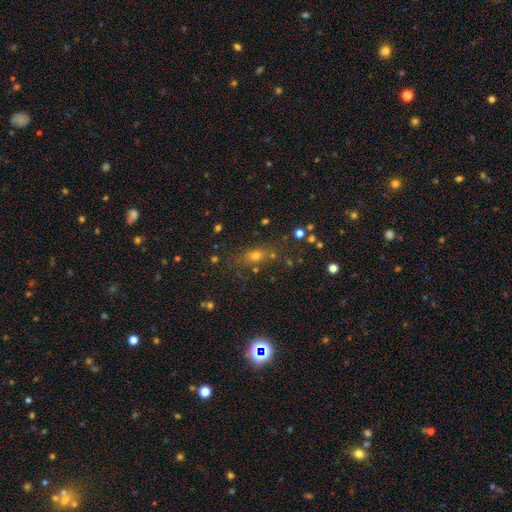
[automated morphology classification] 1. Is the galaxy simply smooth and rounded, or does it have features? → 60% smooth, 26% star or artifact, 14% featured or disk.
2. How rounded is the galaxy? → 54% in between, 33% round, 14% cigar-shaped.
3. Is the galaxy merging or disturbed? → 71% none, 14% minor disturbance, 8% merger, 7% major disturbance.